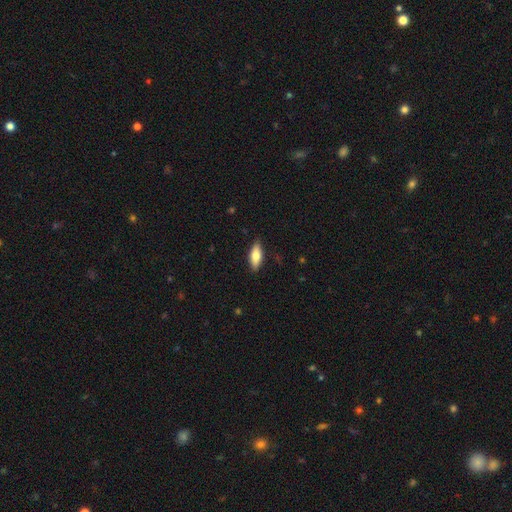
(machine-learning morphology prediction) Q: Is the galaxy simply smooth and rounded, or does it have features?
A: smooth — 74%.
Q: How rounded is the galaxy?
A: in between — 67%.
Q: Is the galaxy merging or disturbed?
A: none — 87%.